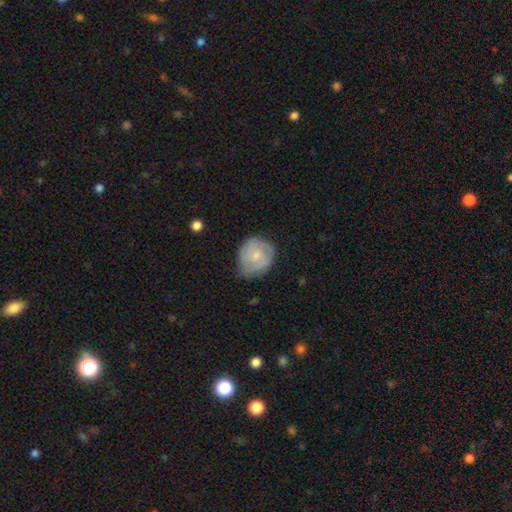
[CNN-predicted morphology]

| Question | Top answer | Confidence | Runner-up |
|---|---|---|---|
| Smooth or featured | smooth | 51% | featured or disk (43%) |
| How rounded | round | 81% | in between (18%) |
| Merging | none | 57% | minor disturbance (33%) |